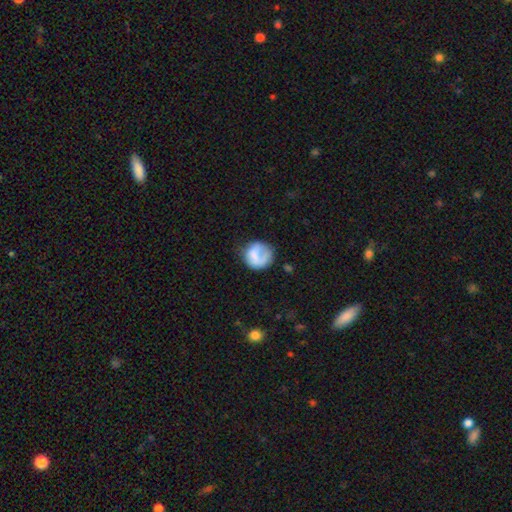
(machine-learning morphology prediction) smooth 68%, featured or disk 24%, star or artifact 8%. Down the decision tree: how rounded — round (85%); merging — none (54%).